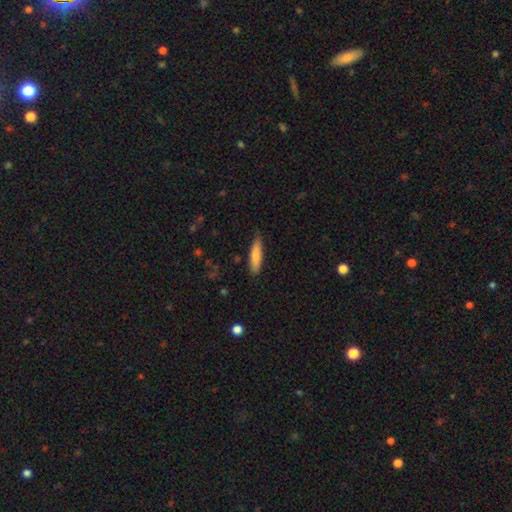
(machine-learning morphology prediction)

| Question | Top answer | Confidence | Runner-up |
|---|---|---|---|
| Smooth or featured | smooth | 78% | featured or disk (17%) |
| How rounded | cigar-shaped | 75% | in between (24%) |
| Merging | none | 78% | minor disturbance (18%) |